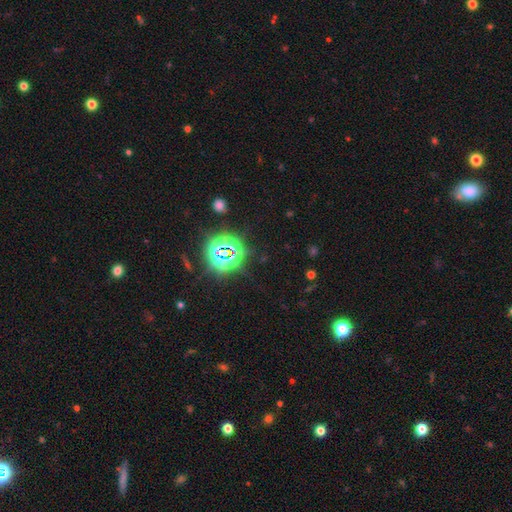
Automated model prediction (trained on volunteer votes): Smooth or featured?
  - star or artifact: 79% *
  - smooth: 13%
  - featured or disk: 8%